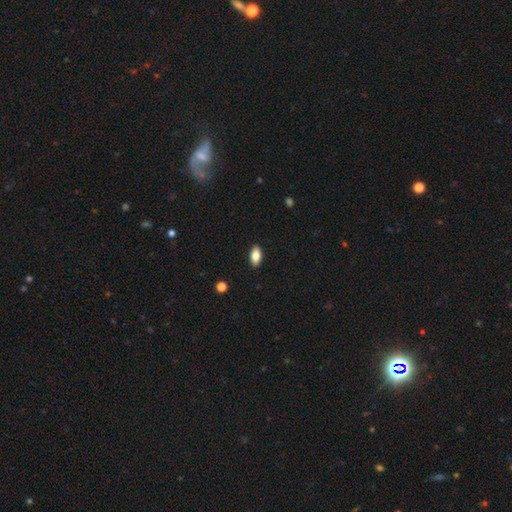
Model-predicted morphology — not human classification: This appears to be a smooth galaxy with no disk features (80%) that is in between round and cigar-shaped (89%). Merging: none (90%).